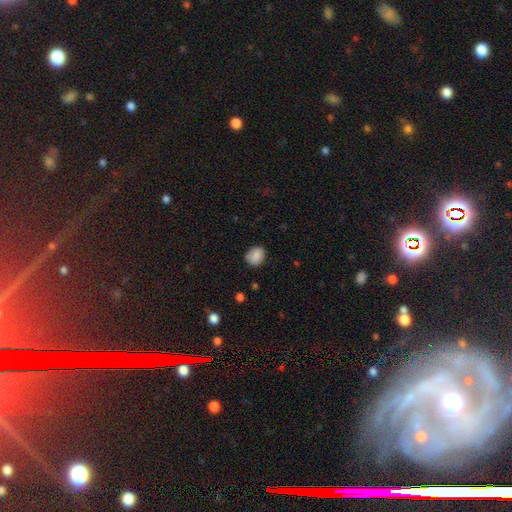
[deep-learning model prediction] Overall: smooth (85%). How rounded: round (55%; in between 44%). Merging: none (81%).